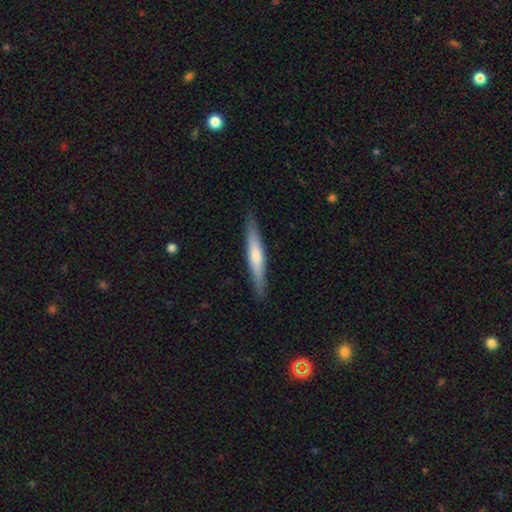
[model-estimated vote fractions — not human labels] This appears to be a smooth galaxy with no disk features (52%) that is cigar-shaped (94%). Merging: none (90%).